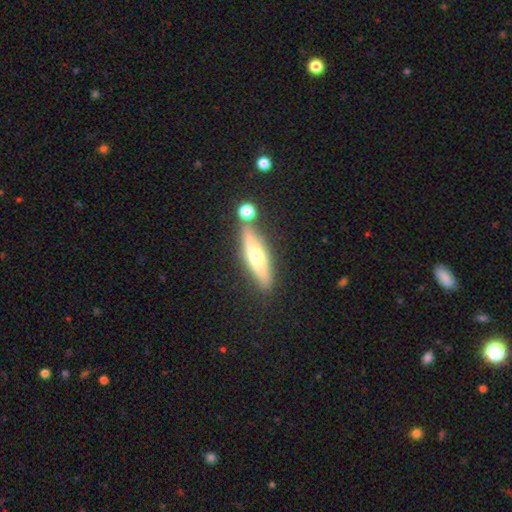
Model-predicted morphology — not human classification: A featured or disk galaxy (51%) viewed edge-on (86%). Merging: none (74%).